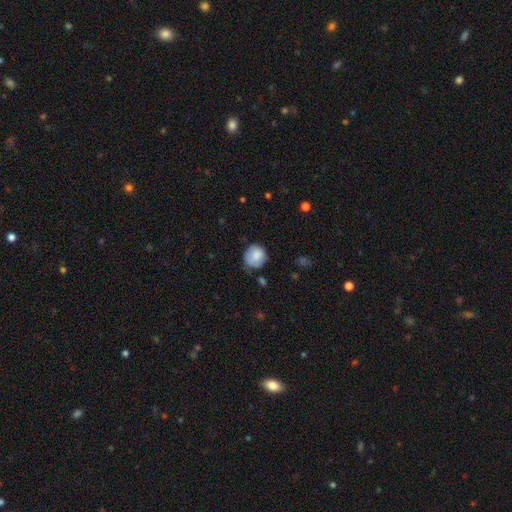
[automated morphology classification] Smooth or featured?
  - smooth: 82% *
  - featured or disk: 11%
  - star or artifact: 7%
How rounded?
  - round: 87% *
  - in between: 12%
  - cigar-shaped: 1%
Merging?
  - none: 66% *
  - minor disturbance: 25%
  - major disturbance: 6%
  - merger: 2%